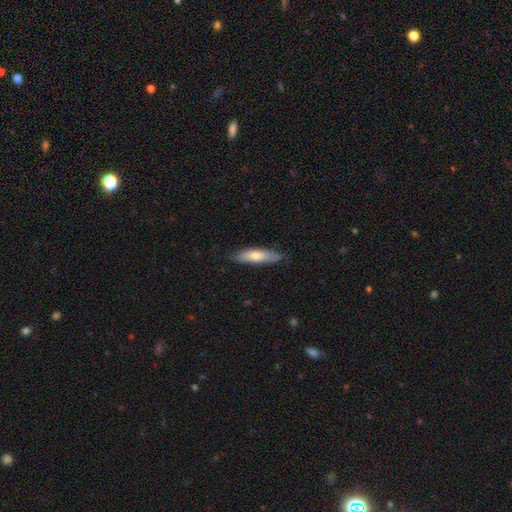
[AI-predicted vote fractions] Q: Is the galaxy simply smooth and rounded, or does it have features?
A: smooth — 72%.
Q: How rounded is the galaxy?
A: cigar-shaped — 68%.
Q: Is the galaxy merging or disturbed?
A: none — 80%.